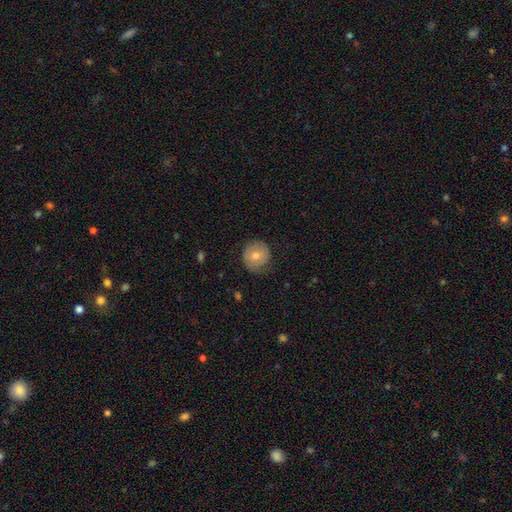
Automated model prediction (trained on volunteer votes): This is possibly a smooth galaxy (55%). How rounded: clearly round (91%). Merging: likely none (78%).